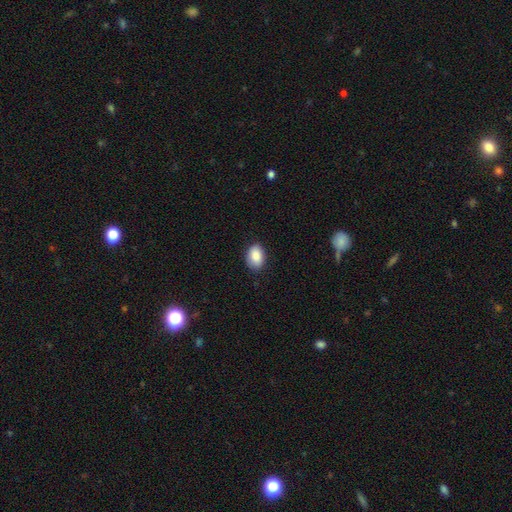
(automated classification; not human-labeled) Overall: smooth (88%). How rounded: in between (84%). Merging: none (82%).